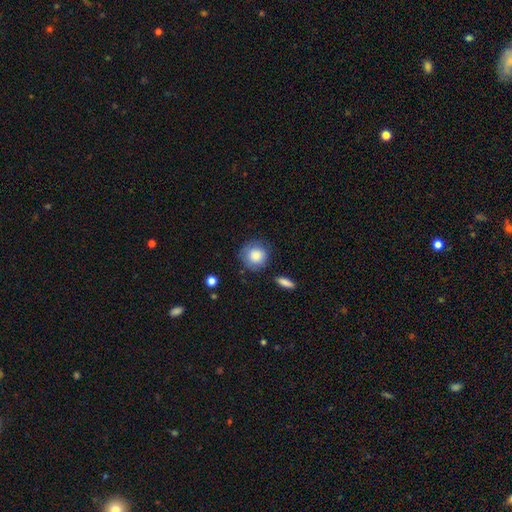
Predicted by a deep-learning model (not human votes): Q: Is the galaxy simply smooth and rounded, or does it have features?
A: smooth — 83%.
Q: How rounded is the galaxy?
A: round — 90%.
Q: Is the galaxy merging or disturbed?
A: none — 75%.